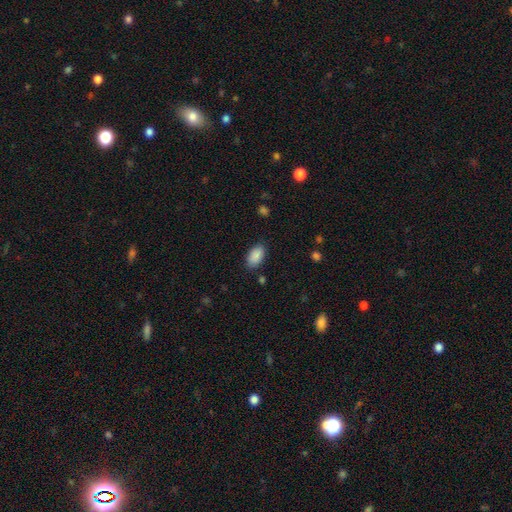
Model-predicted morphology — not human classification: This appears to be a smooth galaxy with no disk features (90%) that is in between round and cigar-shaped (94%). Merging: none (85%).